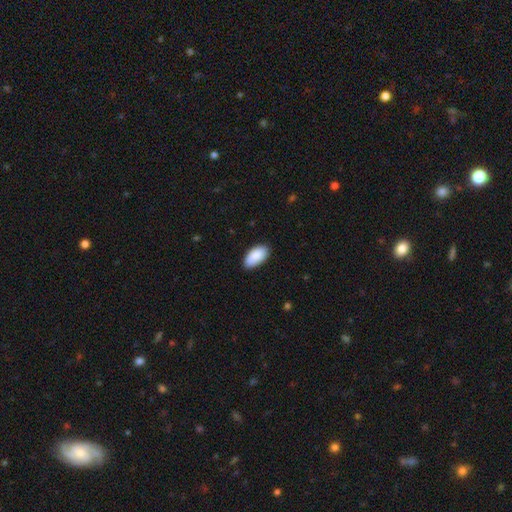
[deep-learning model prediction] Morphology: type=smooth (89%); roundness=in between (95%); merging=none (82%).